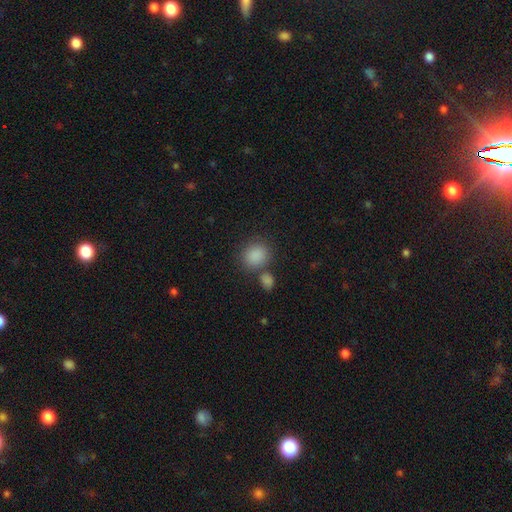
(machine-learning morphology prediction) Smooth or featured? smooth (87%)
How rounded? round (65%)
Merging? none (66%)